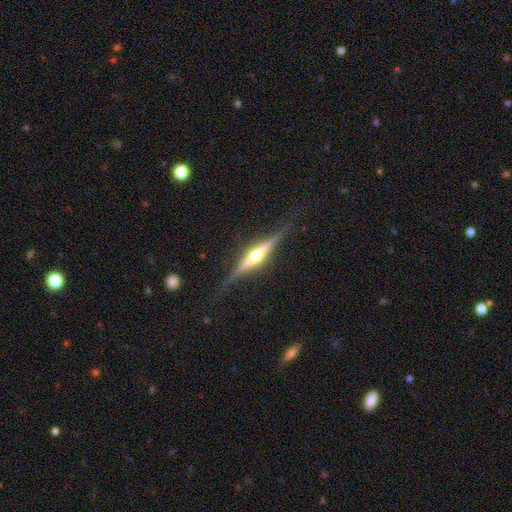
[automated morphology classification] type=featured or disk (83%); edge-on=yes (98%); edge-on bulge=rounded (93%); merging=none (87%).